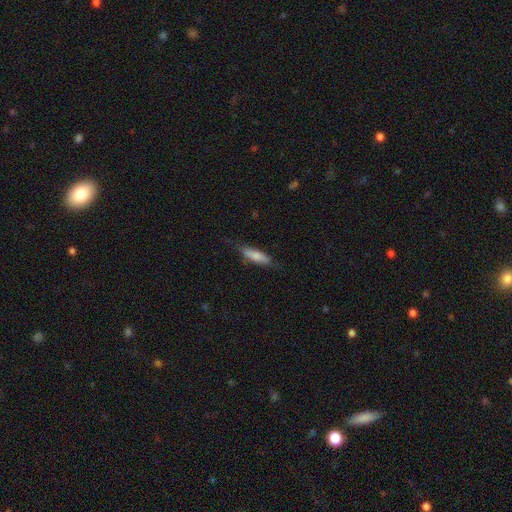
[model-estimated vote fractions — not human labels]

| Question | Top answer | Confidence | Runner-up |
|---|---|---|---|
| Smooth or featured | smooth | 75% | featured or disk (19%) |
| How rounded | cigar-shaped | 60% | in between (38%) |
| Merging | none | 73% | minor disturbance (20%) |